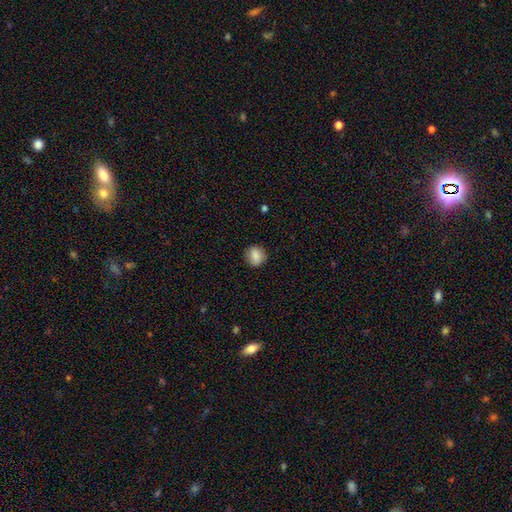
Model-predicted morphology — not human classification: A smooth galaxy with no disk features (83%) that is round (81%).

Vote fractions:
- Smooth or featured? smooth: 83% / star or artifact: 9% / featured or disk: 9%
- How rounded? round: 81% / in between: 18% / cigar-shaped: 1%
- Merging? none: 85% / minor disturbance: 11% / major disturbance: 3% / merger: 1%